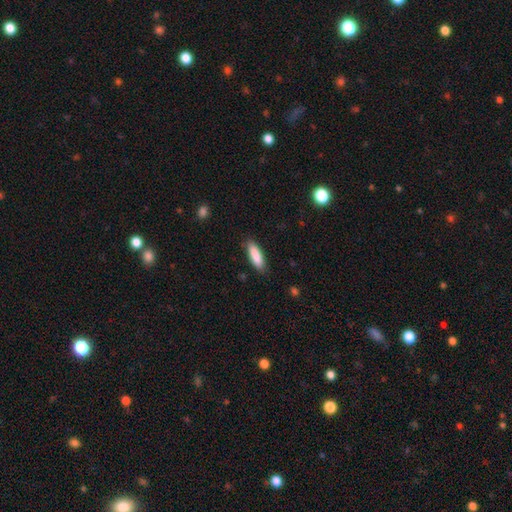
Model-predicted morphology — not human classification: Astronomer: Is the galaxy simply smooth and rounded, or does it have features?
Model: smooth — 88%.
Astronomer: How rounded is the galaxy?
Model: cigar-shaped — 55% (runner-up: in between, 44%).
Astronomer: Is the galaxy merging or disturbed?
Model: none — 85%.